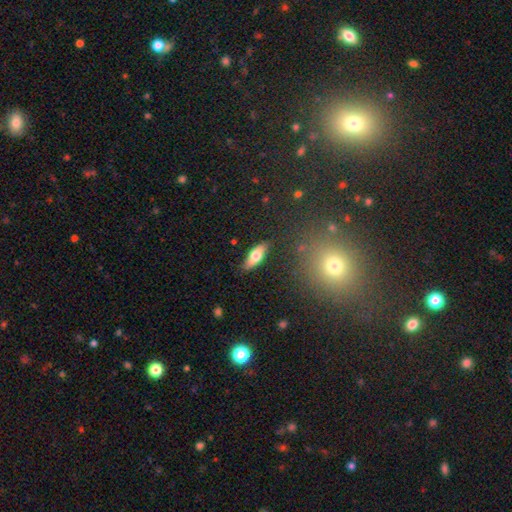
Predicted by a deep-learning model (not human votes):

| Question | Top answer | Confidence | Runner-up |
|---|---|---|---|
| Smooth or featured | smooth | 64% | featured or disk (30%) |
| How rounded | in between | 65% | cigar-shaped (33%) |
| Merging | none | 85% | minor disturbance (10%) |